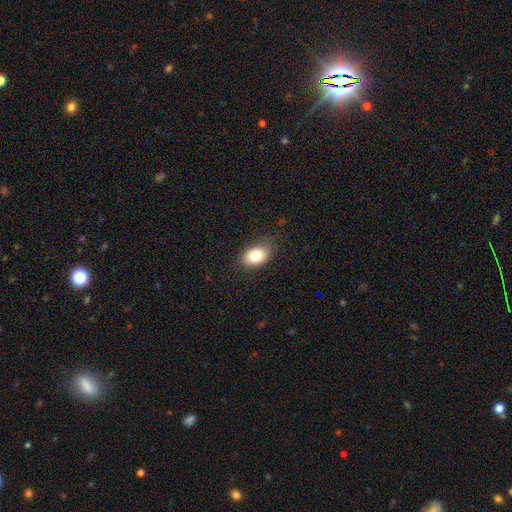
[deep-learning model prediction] The model was most divided on "how rounded": in between: 80%, round: 19%, cigar-shaped: 1%. More confident: smooth or featured — smooth (82%); merging — none (78%).